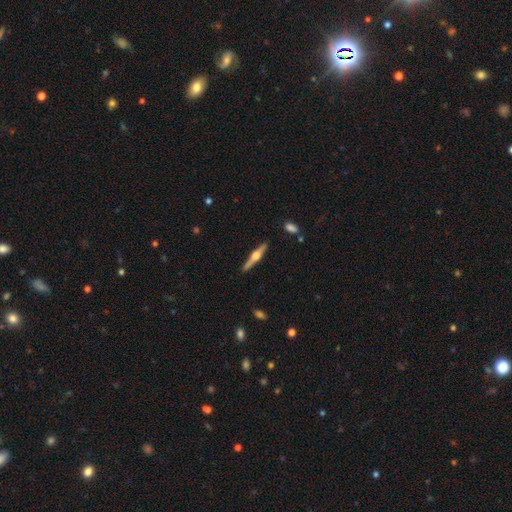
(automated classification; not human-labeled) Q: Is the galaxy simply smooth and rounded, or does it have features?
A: featured or disk — 73%.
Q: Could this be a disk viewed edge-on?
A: yes — 98%.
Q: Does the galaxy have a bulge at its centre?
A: rounded — 92%.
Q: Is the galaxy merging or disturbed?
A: none — 89%.